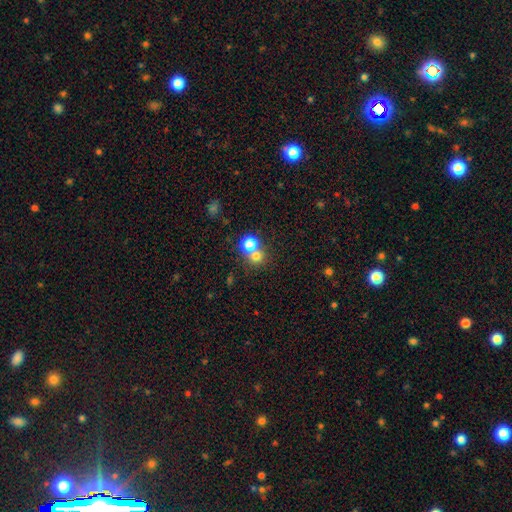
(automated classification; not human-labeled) Smooth or featured: smooth — 72% (star or artifact — 17%)
How rounded: round — 86% (in between — 13%)
Merging: none — 50% (merger — 41%)